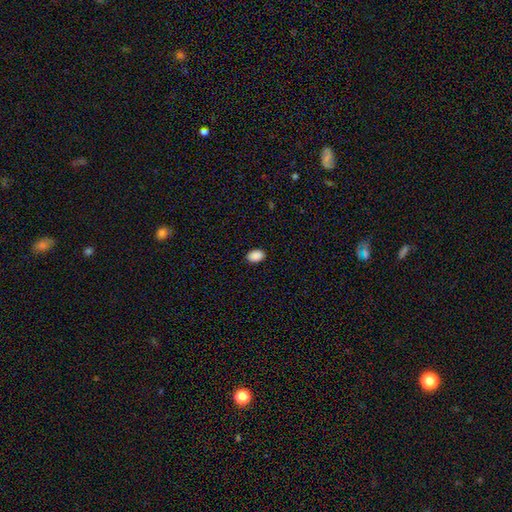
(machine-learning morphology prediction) smooth-or-featured: smooth: 90% | star or artifact: 7% | featured or disk: 2%
  how-rounded: in between: 88% | round: 11% | cigar-shaped: 1%
  merging: none: 89% | minor disturbance: 8% | major disturbance: 2% | merger: 1%